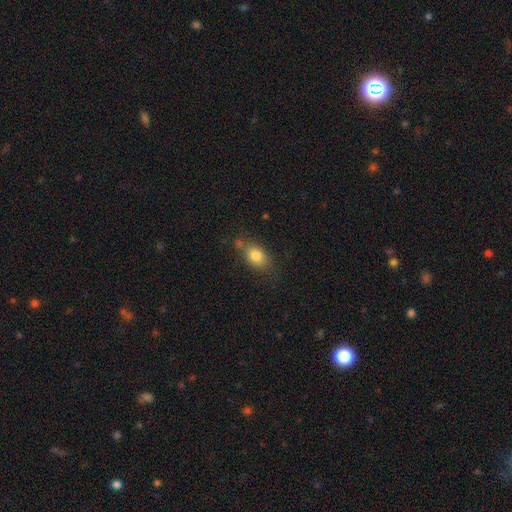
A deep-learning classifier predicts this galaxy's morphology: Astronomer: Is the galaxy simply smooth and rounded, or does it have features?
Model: smooth — 81%.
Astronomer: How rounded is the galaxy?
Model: in between — 79%.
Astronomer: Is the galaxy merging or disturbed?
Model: none — 66%.